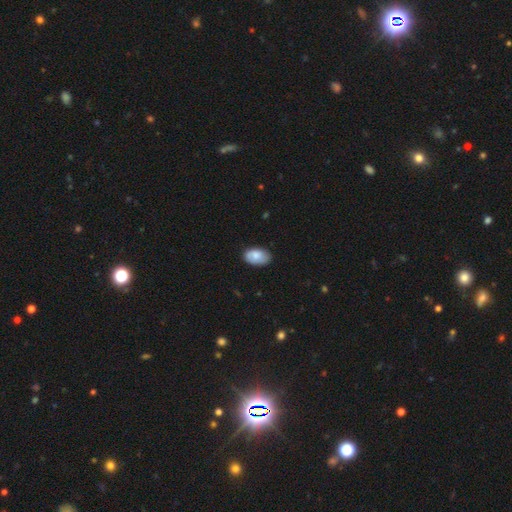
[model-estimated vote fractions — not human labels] Smooth or featured? smooth (76%)
How rounded? in between (92%)
Merging? none (78%)